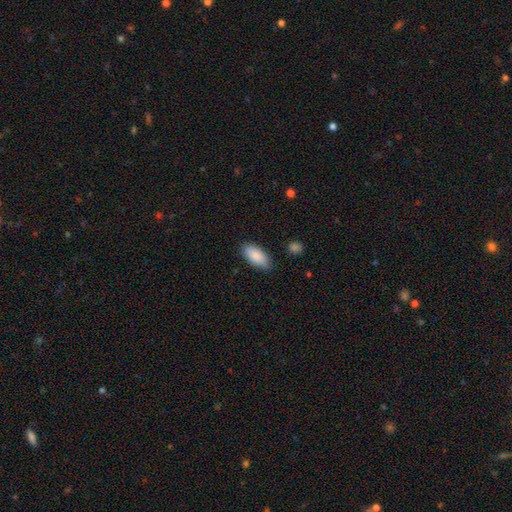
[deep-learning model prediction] A smooth galaxy with no disk features (89%) that is in between round and cigar-shaped (91%).

Vote fractions:
- Smooth or featured? smooth: 89% / star or artifact: 6% / featured or disk: 5%
- How rounded? in between: 91% / cigar-shaped: 7% / round: 2%
- Merging? none: 86% / minor disturbance: 10% / major disturbance: 2% / merger: 1%